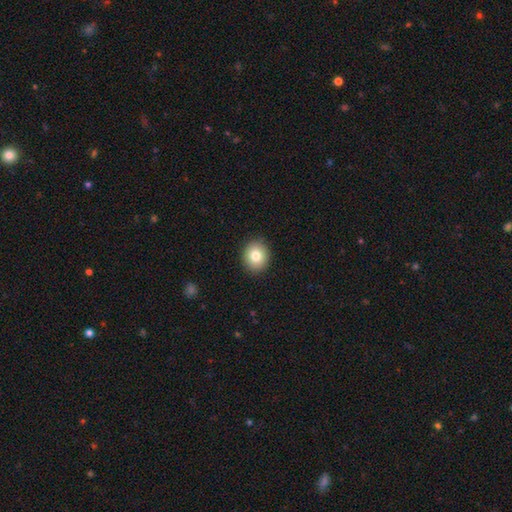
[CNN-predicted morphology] Smooth or featured? Predicted: smooth (p=0.81). How rounded? Predicted: round (p=0.74). Merging? Predicted: none (p=0.91).